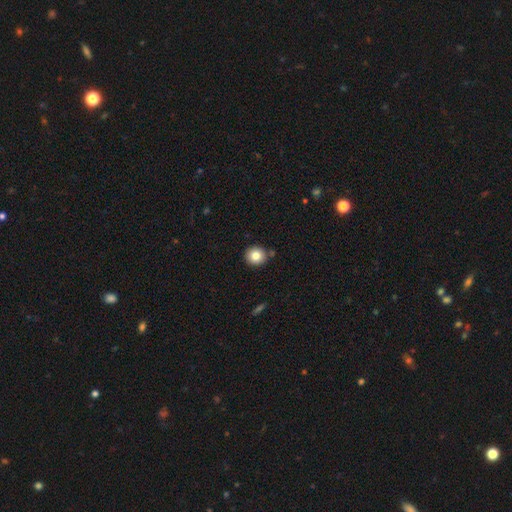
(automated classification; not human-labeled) Q: Smooth or featured?
A: smooth (82%); runner-up: star or artifact (10%)
Q: How rounded?
A: round (87%); runner-up: in between (12%)
Q: Merging?
A: none (85%); runner-up: minor disturbance (8%)